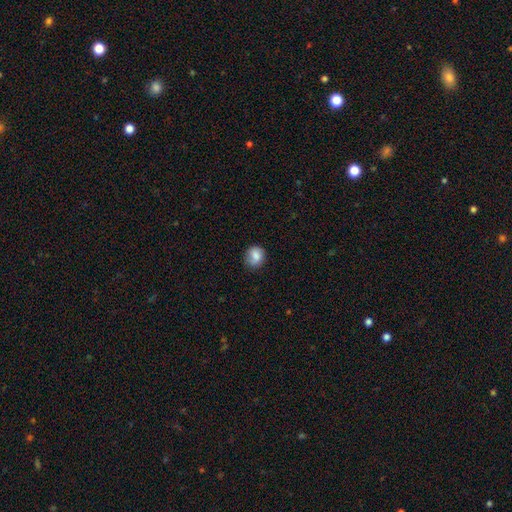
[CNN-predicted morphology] Smooth or featured? smooth (80%)
How rounded? round (75%)
Merging? none (72%)